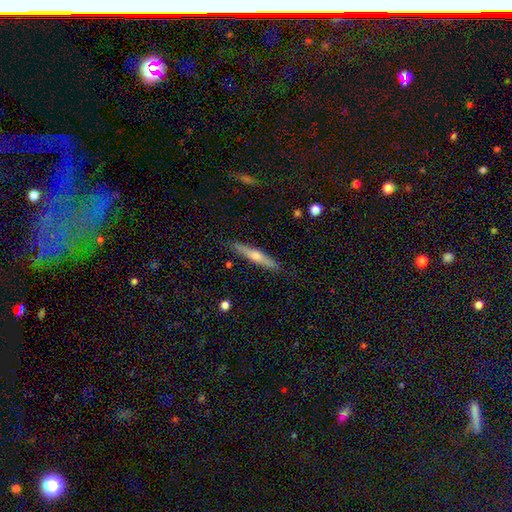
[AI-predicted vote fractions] smooth-or-featured: featured or disk: 54% | smooth: 40% | star or artifact: 6%
  disk-edge-on: yes: 95% | no: 5%
    edge-on-bulge: rounded: 85% | none: 11% | boxy: 4%
  merging: none: 88% | minor disturbance: 9% | major disturbance: 2% | merger: 1%